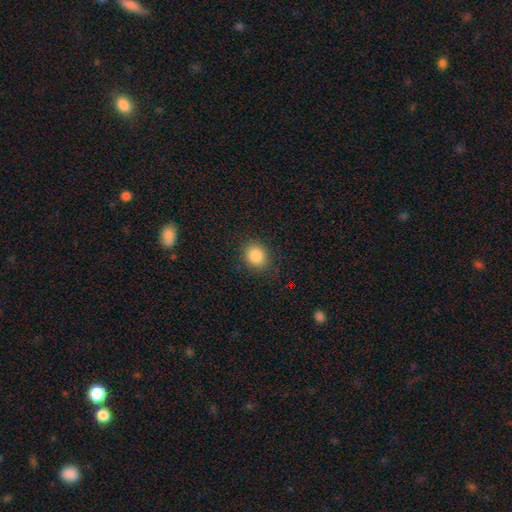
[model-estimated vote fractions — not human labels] Q: Smooth or featured?
A: smooth (85%); runner-up: star or artifact (10%)
Q: How rounded?
A: round (68%); runner-up: in between (31%)
Q: Merging?
A: none (86%); runner-up: minor disturbance (10%)